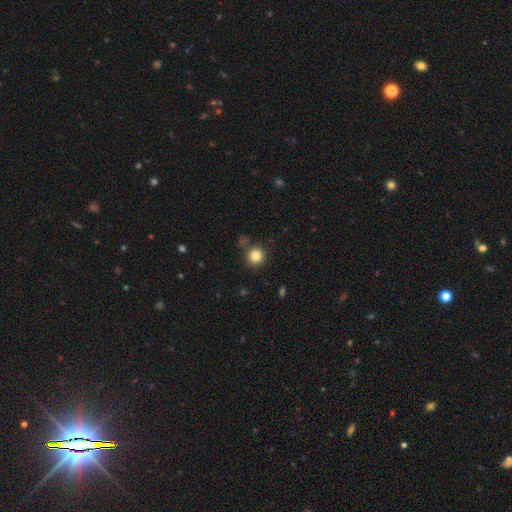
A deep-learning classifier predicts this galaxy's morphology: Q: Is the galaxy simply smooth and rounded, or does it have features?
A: smooth — 83%.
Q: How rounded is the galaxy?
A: round — 93%.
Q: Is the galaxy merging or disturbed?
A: none — 83%.